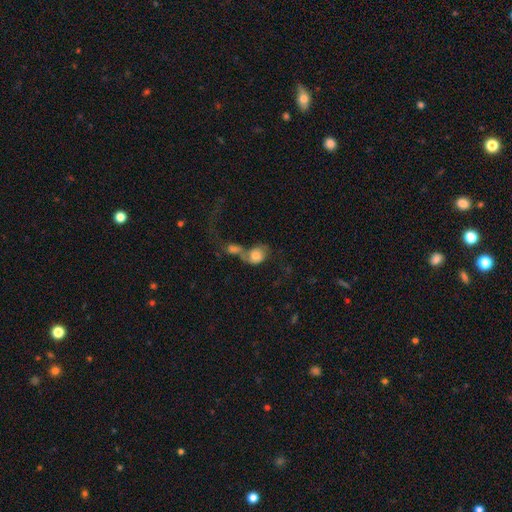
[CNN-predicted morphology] Q: Smooth or featured?
A: smooth (69%); runner-up: featured or disk (22%)
Q: How rounded?
A: round (54%); runner-up: in between (44%)
Q: Merging?
A: merger (66%); runner-up: none (14%)